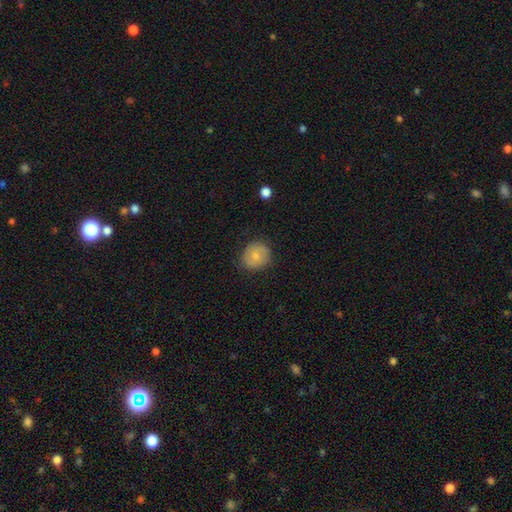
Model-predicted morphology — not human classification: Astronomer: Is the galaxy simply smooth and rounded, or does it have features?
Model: smooth — 76%.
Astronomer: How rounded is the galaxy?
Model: round — 80%.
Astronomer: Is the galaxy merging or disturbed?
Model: none — 80%.